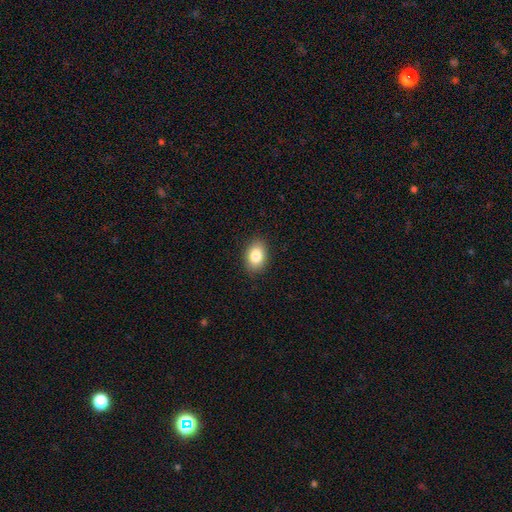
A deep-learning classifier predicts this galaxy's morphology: This appears to be a smooth galaxy with no disk features (83%) that is in between round and cigar-shaped (79%). Merging: none (88%).